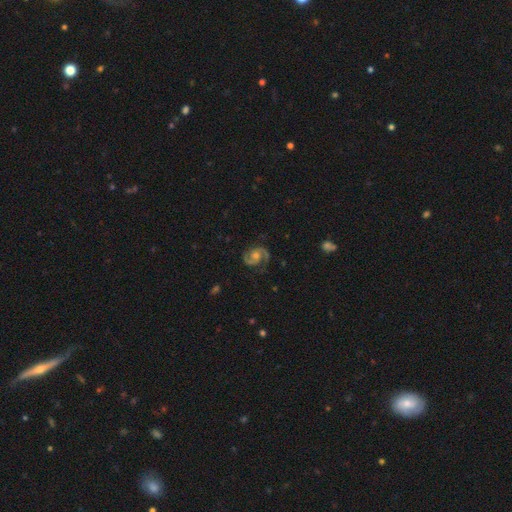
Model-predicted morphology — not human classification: Q: Smooth or featured?
A: featured or disk (90%); runner-up: star or artifact (5%)
Q: Edge-on disk?
A: no (98%); runner-up: yes (2%)
Q: Bar?
A: no (66%); runner-up: weak (28%)
Q: Spiral arms?
A: yes (98%); runner-up: no (2%)
Q: Spiral winding?
A: medium (56%); runner-up: tight (34%)
Q: Spiral arm count?
A: 2 (93%); runner-up: can't tell (2%)
Q: Bulge size?
A: moderate (63%); runner-up: small (27%)
Q: Merging?
A: none (82%); runner-up: minor disturbance (13%)